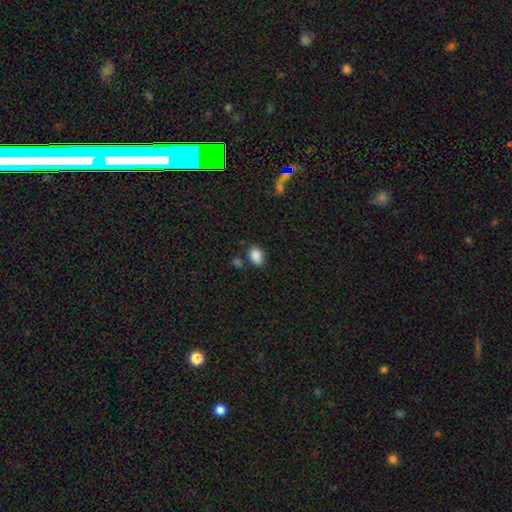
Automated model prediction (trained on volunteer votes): Smooth or featured? Predicted: smooth (p=0.87). How rounded? Predicted: in between (p=0.72). Merging? Predicted: none (p=0.74).